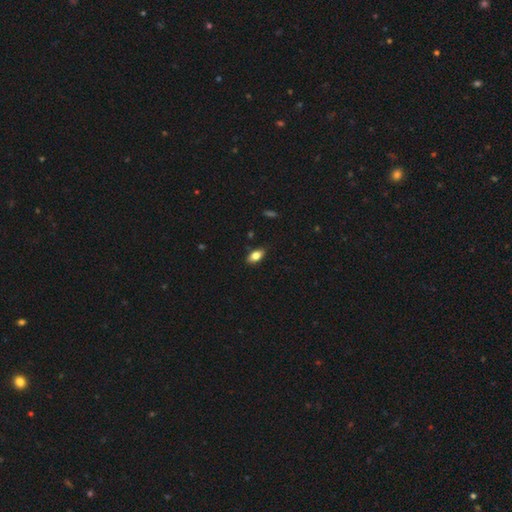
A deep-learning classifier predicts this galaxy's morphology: Overall: smooth (82%). How rounded: in between (90%). Merging: none (85%).